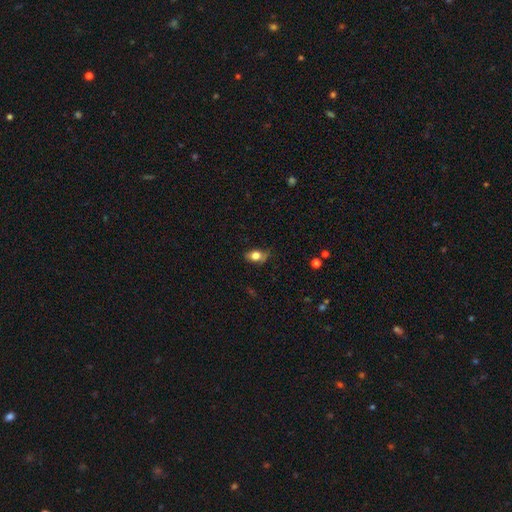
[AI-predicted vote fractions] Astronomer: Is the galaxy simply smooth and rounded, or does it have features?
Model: smooth — 74%.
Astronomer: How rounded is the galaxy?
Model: in between — 77%.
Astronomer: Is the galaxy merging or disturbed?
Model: none — 58%.